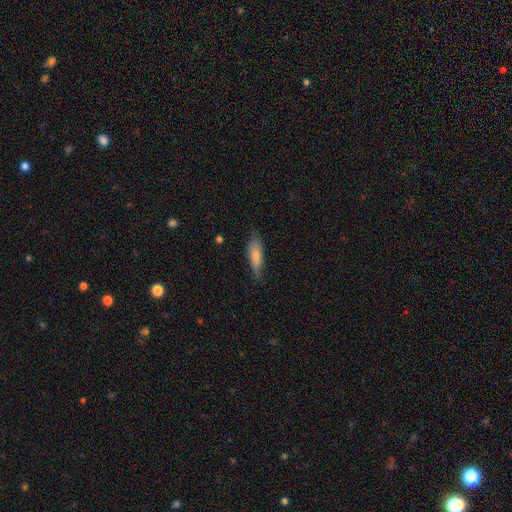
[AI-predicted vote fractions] Smooth or featured?
  - smooth: 80% *
  - featured or disk: 14%
  - star or artifact: 6%
How rounded?
  - cigar-shaped: 58% *
  - in between: 40%
  - round: 2%
Merging?
  - none: 75% *
  - minor disturbance: 20%
  - major disturbance: 4%
  - merger: 1%